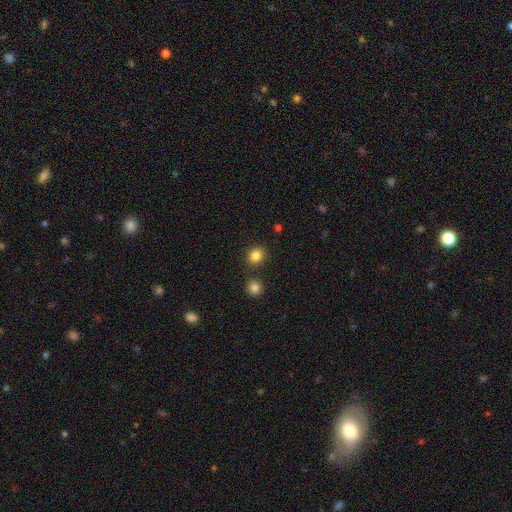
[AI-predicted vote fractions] Overall: smooth (85%). How rounded: round (82%). Merging: none (86%).